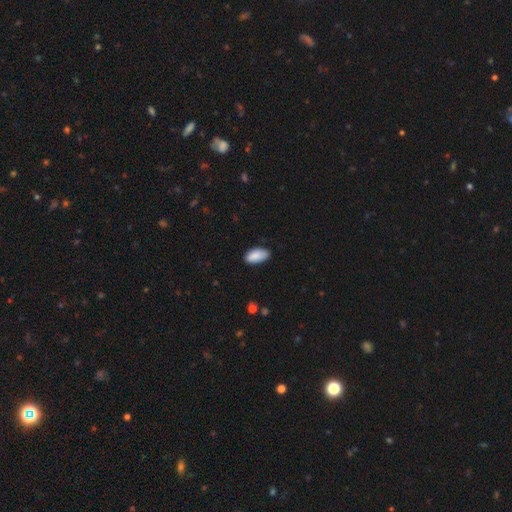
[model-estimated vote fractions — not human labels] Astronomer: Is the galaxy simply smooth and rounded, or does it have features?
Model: smooth — 88%.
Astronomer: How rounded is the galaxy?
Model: in between — 94%.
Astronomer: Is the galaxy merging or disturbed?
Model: none — 79%.